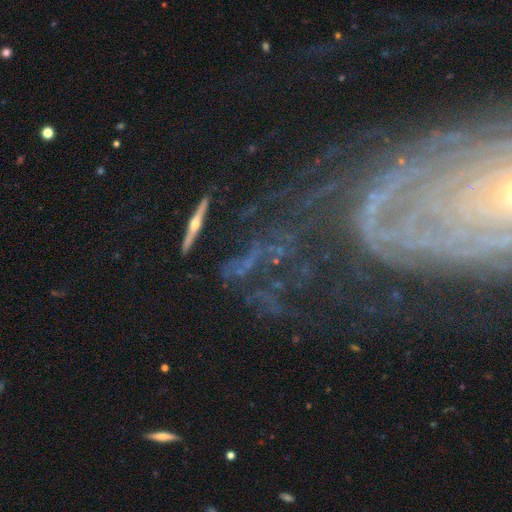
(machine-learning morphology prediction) Overall: featured or disk (59%; star or artifact 26%). Edge-on disk: yes (51%; no 49%). Merging: none (71%).